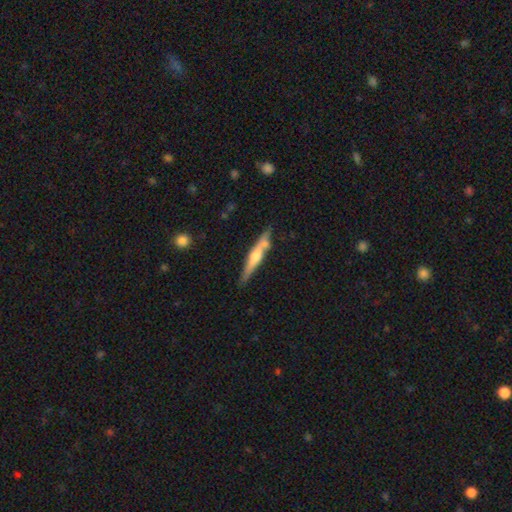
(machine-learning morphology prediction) Smooth or featured? featured or disk (58%)
Edge-on disk? yes (94%)
Edge-on bulge? rounded (77%)
Merging? none (72%)